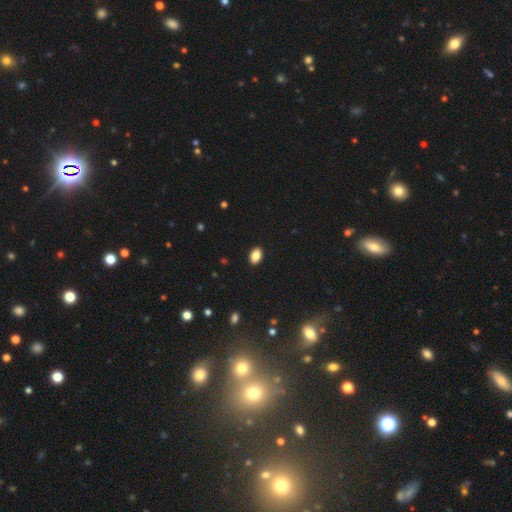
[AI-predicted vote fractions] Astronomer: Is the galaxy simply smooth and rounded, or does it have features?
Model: smooth — 86%.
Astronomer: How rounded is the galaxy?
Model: in between — 89%.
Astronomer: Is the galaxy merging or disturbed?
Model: none — 90%.